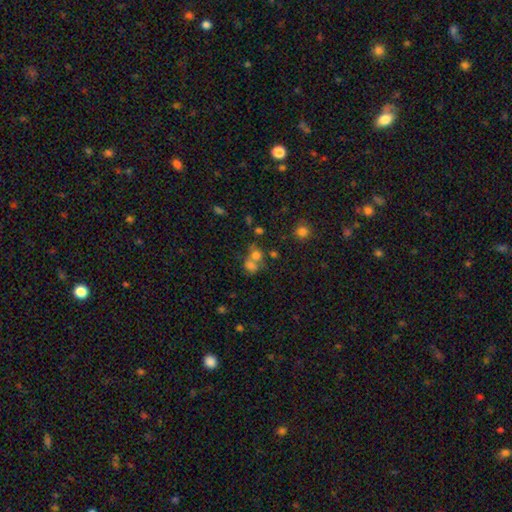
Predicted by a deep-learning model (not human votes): This appears to be a smooth galaxy with no disk features (66%) that is round (62%). Merging: merger (56%).